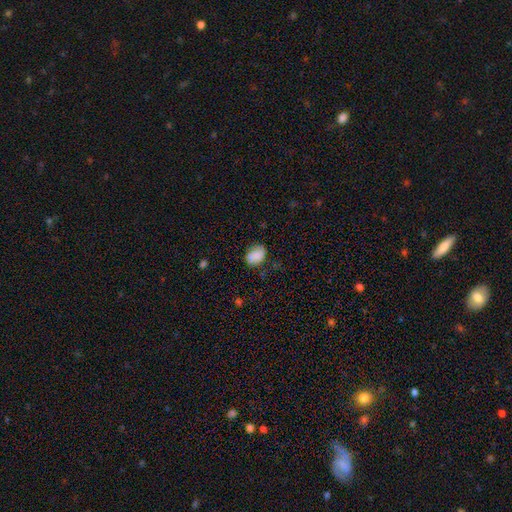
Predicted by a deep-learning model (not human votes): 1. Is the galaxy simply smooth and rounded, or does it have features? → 81% smooth, 11% featured or disk, 8% star or artifact.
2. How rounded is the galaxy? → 71% in between, 28% round, 1% cigar-shaped.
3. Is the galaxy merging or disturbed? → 67% none, 23% minor disturbance, 5% major disturbance, 5% merger.